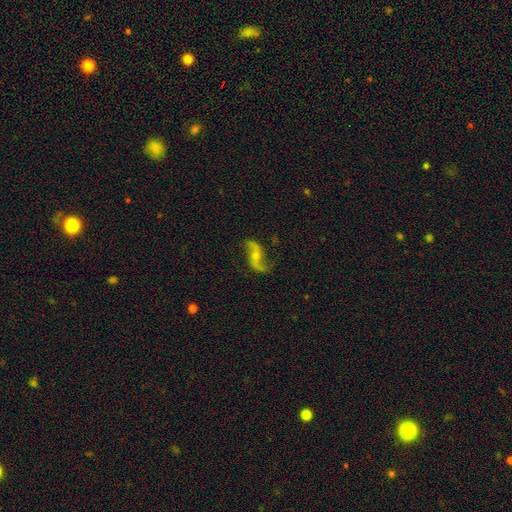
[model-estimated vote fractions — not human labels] This is clearly a featured or disk galaxy (87%). It is clearly not viewed edge-on (96%). Bar: possibly no (57%). Spiral arm pattern: clearly yes (96%). Spiral arm count: clearly 2 (94%). Spiral winding: clearly loose (84%). Central bulge: possibly small (58%). Merging: likely none (79%).